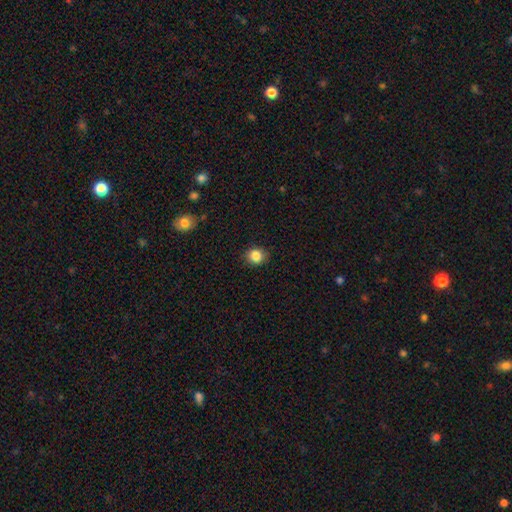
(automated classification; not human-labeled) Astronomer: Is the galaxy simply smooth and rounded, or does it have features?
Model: smooth — 85%.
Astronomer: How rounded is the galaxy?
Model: round — 79%.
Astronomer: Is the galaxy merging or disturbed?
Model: none — 88%.